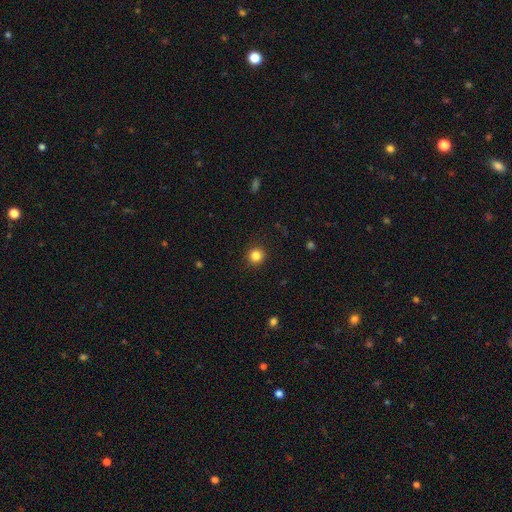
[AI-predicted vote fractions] smooth-or-featured: smooth: 84% | star or artifact: 12% | featured or disk: 5%
  how-rounded: round: 94% | in between: 6% | cigar-shaped: 1%
  merging: none: 91% | minor disturbance: 6% | major disturbance: 2% | merger: 1%